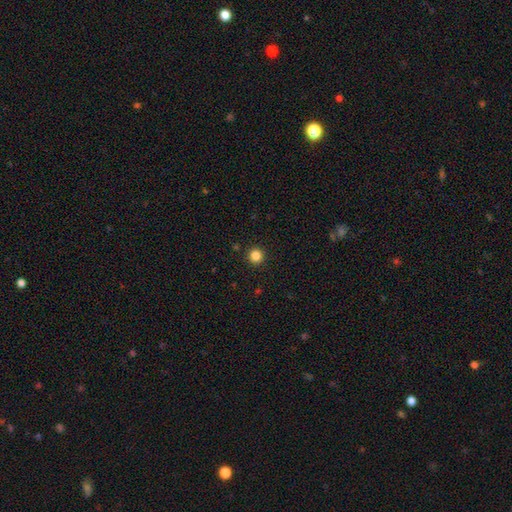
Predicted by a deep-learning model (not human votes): smooth 84%, star or artifact 12%, featured or disk 4%. Down the decision tree: how rounded — round (95%); merging — none (93%).